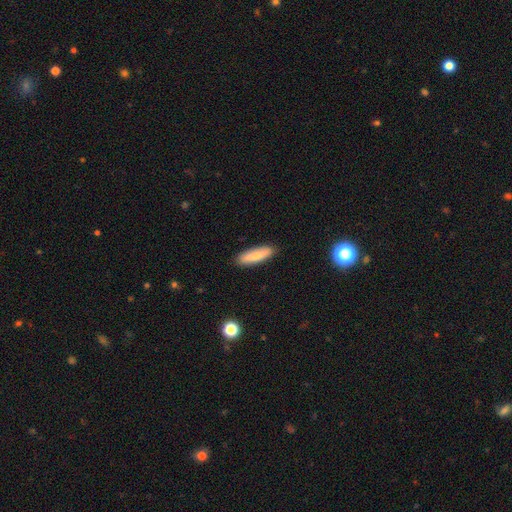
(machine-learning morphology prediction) Smooth or featured: smooth — 77% (featured or disk — 17%)
How rounded: cigar-shaped — 64% (in between — 34%)
Merging: none — 88% (minor disturbance — 9%)